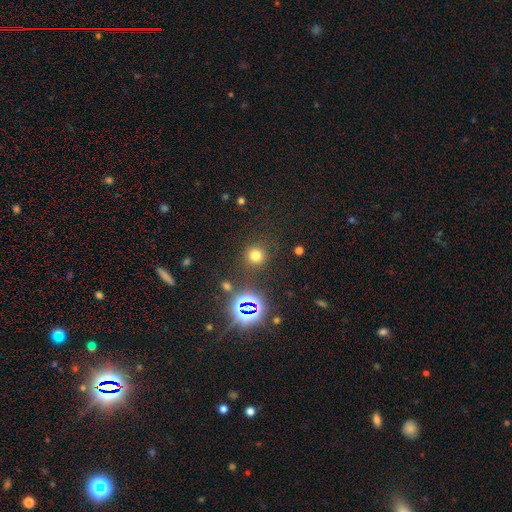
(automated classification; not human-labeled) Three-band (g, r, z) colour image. It shows a smooth galaxy with no disk features (70%) that is round (92%). Merging: none (87%).